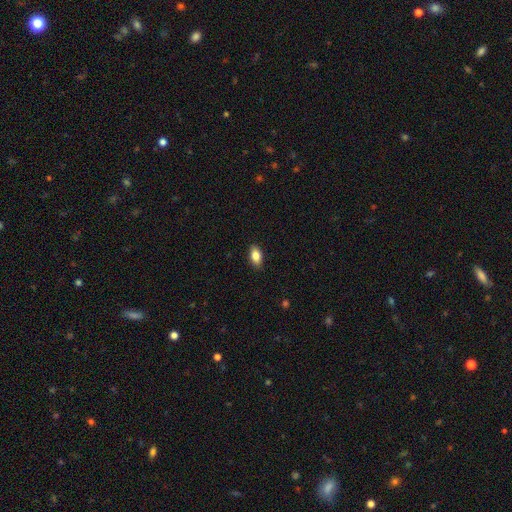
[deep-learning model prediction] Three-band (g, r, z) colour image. It shows a smooth galaxy with no disk features (84%) that is in between round and cigar-shaped (90%). Merging: none (89%).